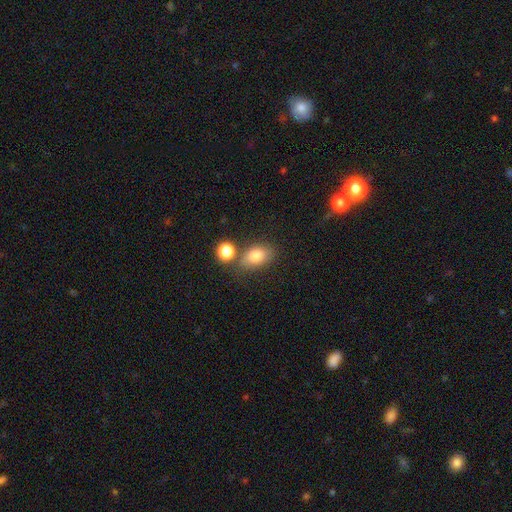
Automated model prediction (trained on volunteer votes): smooth_or_featured: smooth (p=0.81) [alt: star or artifact p=0.10]
how_rounded: in between (p=0.80) [alt: round p=0.18]
merging: none (p=0.63) [alt: minor disturbance p=0.16]